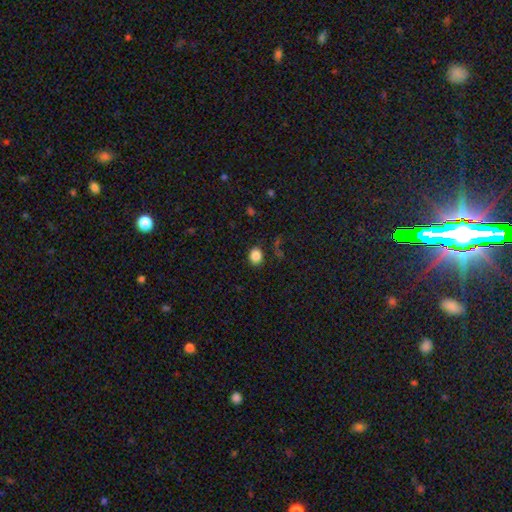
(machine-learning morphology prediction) Smooth or featured? smooth (85%)
How rounded? round (65%)
Merging? none (86%)